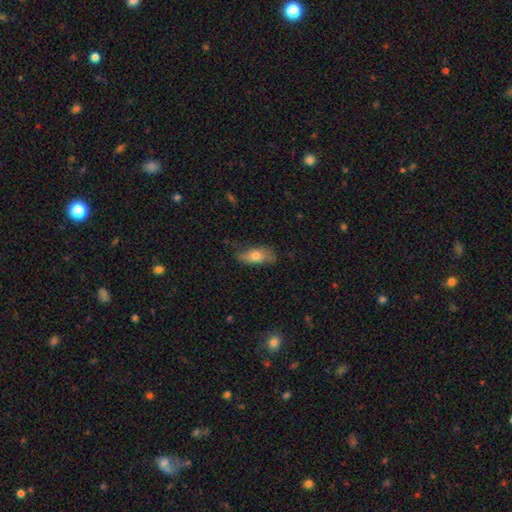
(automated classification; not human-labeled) Overall: smooth (65%; featured or disk 28%). How rounded: in between (82%). Merging: none (57%; minor disturbance 30%).